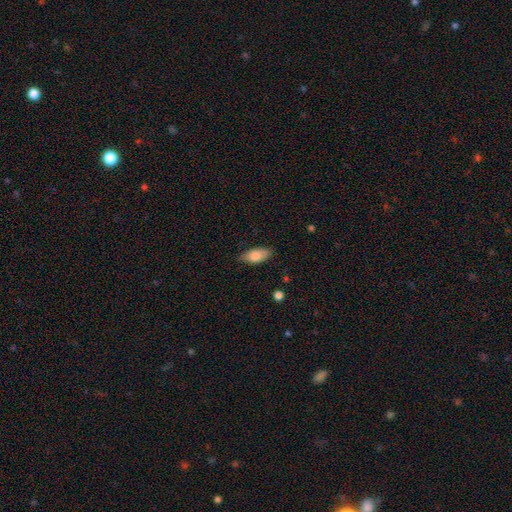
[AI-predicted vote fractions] Overall: smooth (81%). How rounded: in between (89%). Merging: none (80%).